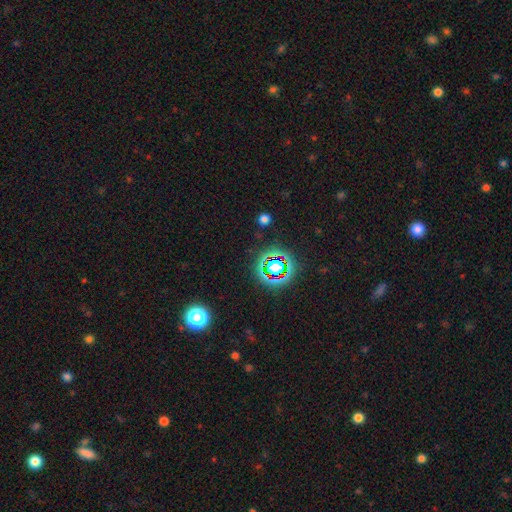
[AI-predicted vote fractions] A star or artifact, not a galaxy (78%).

Vote fractions:
- Smooth or featured? star or artifact: 78% / smooth: 14% / featured or disk: 8%